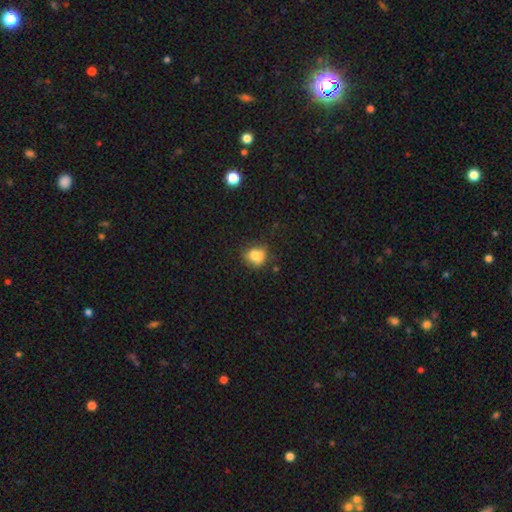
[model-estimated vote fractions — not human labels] Smooth or featured?
  - smooth: 80% *
  - star or artifact: 11%
  - featured or disk: 9%
How rounded?
  - round: 70% *
  - in between: 29%
  - cigar-shaped: 1%
Merging?
  - none: 63% *
  - minor disturbance: 25%
  - major disturbance: 7%
  - merger: 5%